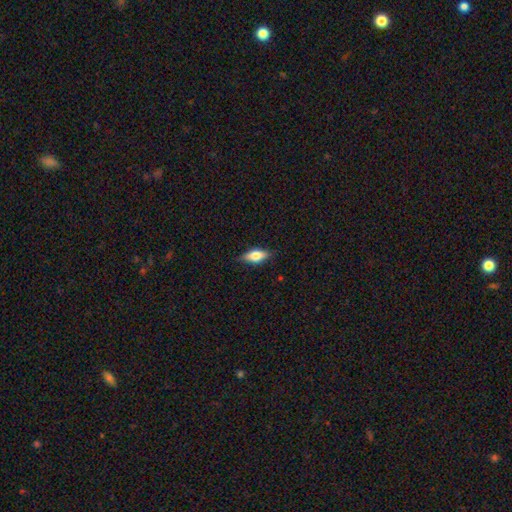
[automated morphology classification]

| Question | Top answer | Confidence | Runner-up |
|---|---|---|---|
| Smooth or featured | smooth | 65% | featured or disk (28%) |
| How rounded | in between | 77% | cigar-shaped (18%) |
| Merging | none | 82% | minor disturbance (14%) |